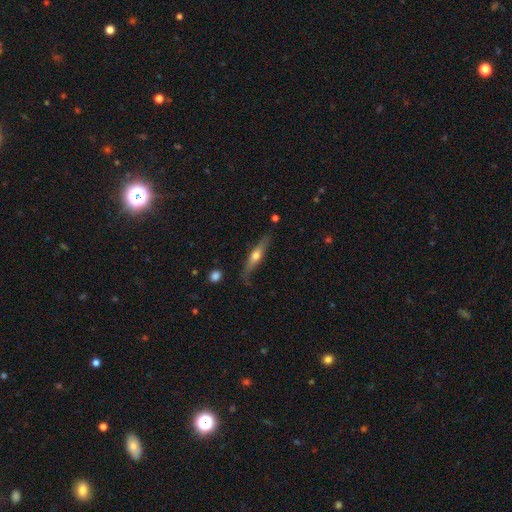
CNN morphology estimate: smooth-or-featured: featured or disk: 56% | smooth: 38% | star or artifact: 6%
  disk-edge-on: yes: 91% | no: 9%
    edge-on-bulge: rounded: 90% | none: 6% | boxy: 4%
  merging: none: 76% | minor disturbance: 18% | major disturbance: 4% | merger: 2%